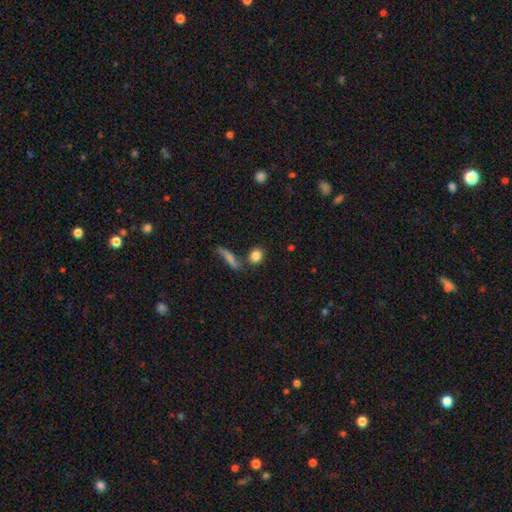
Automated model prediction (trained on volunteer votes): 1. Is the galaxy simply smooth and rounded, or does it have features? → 83% smooth, 9% star or artifact, 8% featured or disk.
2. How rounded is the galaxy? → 69% round, 25% in between, 6% cigar-shaped.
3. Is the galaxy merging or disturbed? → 72% none, 14% merger, 10% minor disturbance, 4% major disturbance.